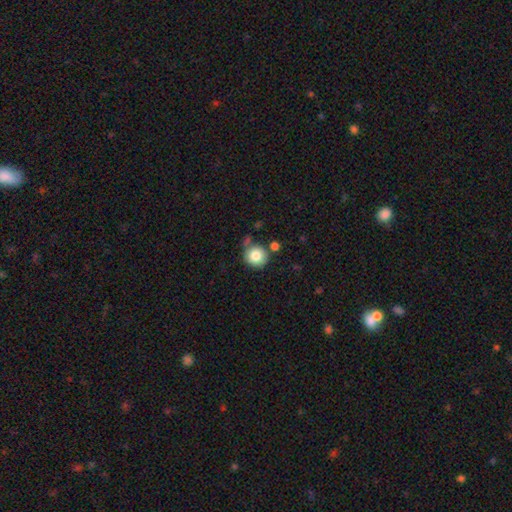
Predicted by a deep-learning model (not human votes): Smooth or featured? Predicted: smooth (p=0.82). How rounded? Predicted: round (p=0.91). Merging? Predicted: none (p=0.69).